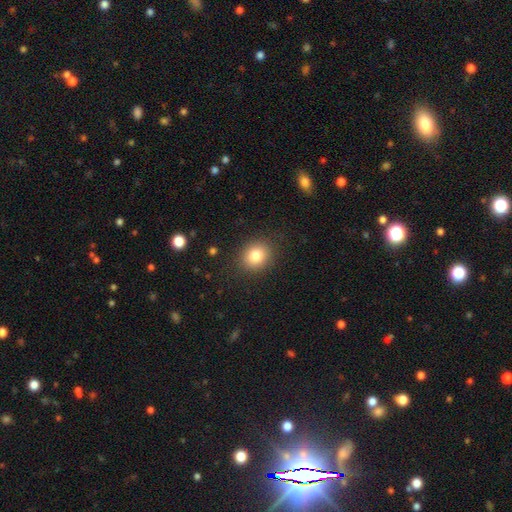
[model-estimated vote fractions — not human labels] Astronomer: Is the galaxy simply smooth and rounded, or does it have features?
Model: smooth — 81%.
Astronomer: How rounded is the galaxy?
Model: round — 70%.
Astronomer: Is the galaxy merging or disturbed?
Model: none — 88%.